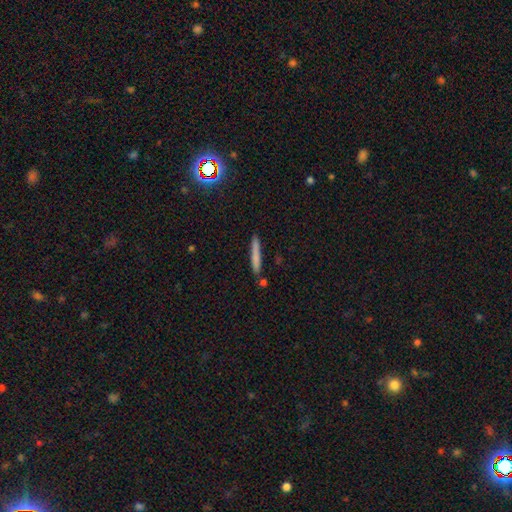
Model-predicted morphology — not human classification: smooth_or_featured: smooth (p=0.74) [alt: featured or disk p=0.19]
how_rounded: cigar-shaped (p=0.95) [alt: in between p=0.03]
merging: none (p=0.84) [alt: minor disturbance p=0.10]